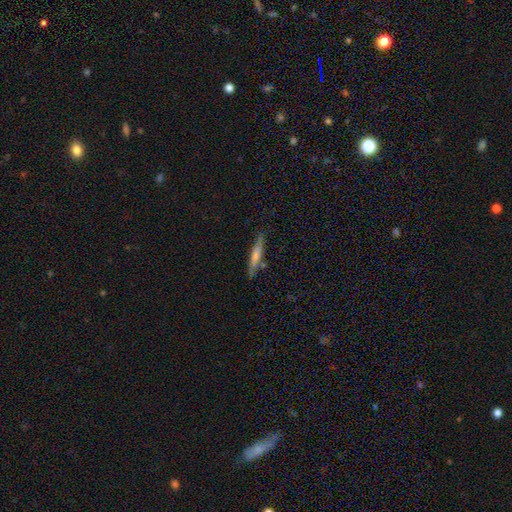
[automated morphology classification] smooth-or-featured: smooth: 52% | featured or disk: 41% | star or artifact: 7%
  how-rounded: cigar-shaped: 91% | in between: 7% | round: 2%
  merging: none: 80% | minor disturbance: 13% | merger: 4% | major disturbance: 3%